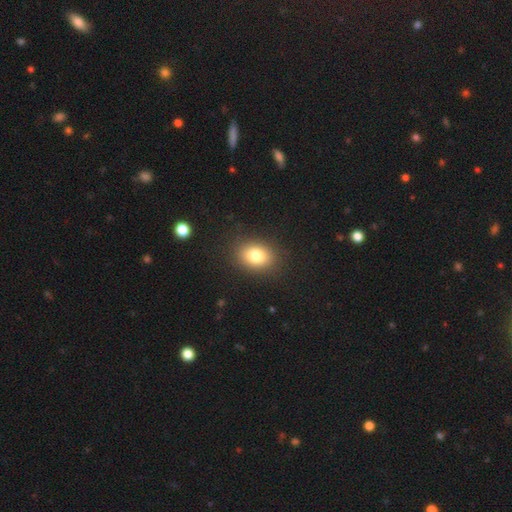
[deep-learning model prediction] This is clearly a smooth galaxy (80%). How rounded: likely in between (64%). Merging: clearly none (88%).